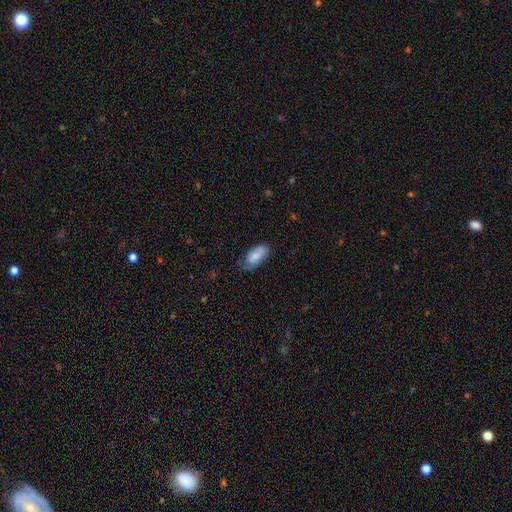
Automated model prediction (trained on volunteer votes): Morphology: type=smooth (80%); roundness=in between (91%); merging=none (60%).